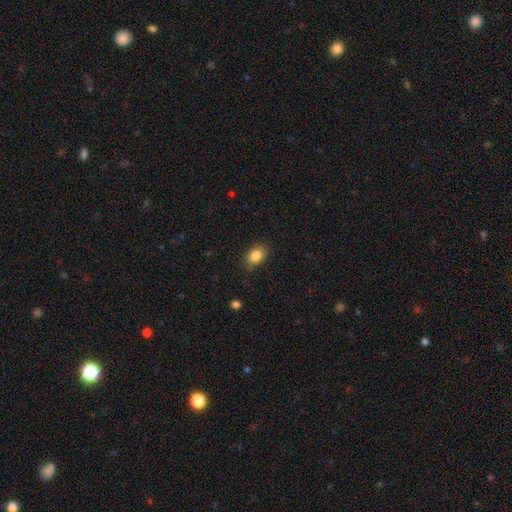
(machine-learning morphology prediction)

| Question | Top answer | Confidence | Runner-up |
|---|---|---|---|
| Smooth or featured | smooth | 85% | star or artifact (9%) |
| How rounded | in between | 71% | round (28%) |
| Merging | none | 80% | minor disturbance (16%) |